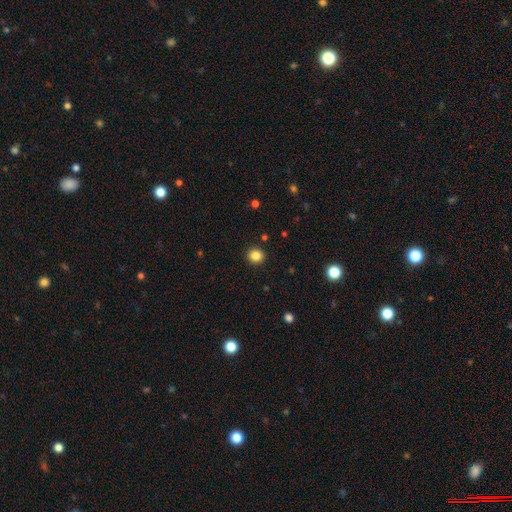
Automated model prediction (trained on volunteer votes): Smooth or featured?
  - smooth: 85% *
  - star or artifact: 11%
  - featured or disk: 4%
How rounded?
  - round: 87% *
  - in between: 12%
  - cigar-shaped: 1%
Merging?
  - none: 92% *
  - minor disturbance: 5%
  - major disturbance: 2%
  - merger: 1%